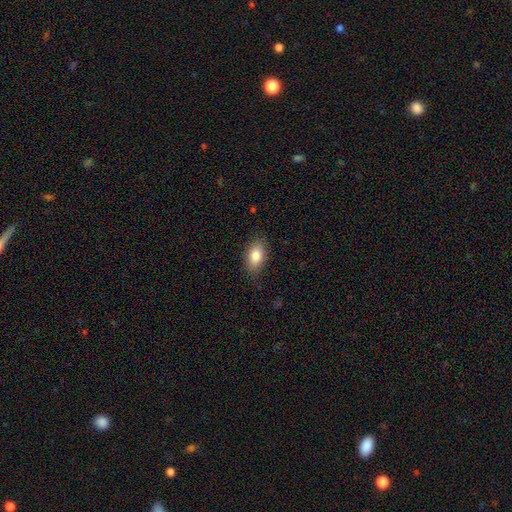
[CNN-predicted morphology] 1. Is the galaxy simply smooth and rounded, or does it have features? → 82% smooth, 10% featured or disk, 8% star or artifact.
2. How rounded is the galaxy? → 89% in between, 9% round, 3% cigar-shaped.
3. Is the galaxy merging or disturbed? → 82% none, 14% minor disturbance, 3% major disturbance, 1% merger.